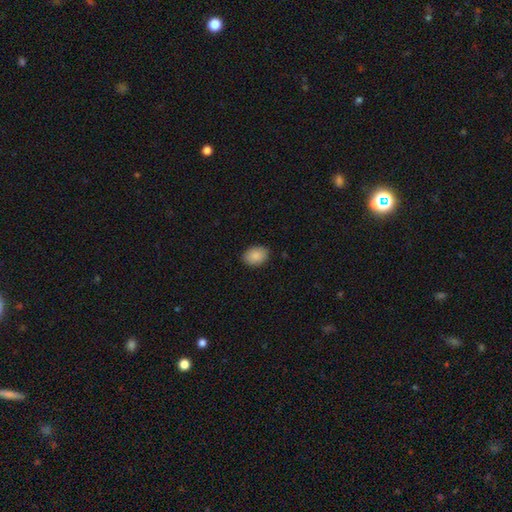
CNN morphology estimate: This appears to be a smooth galaxy with no disk features (89%) that is in between round and cigar-shaped (77%). Merging: none (88%).